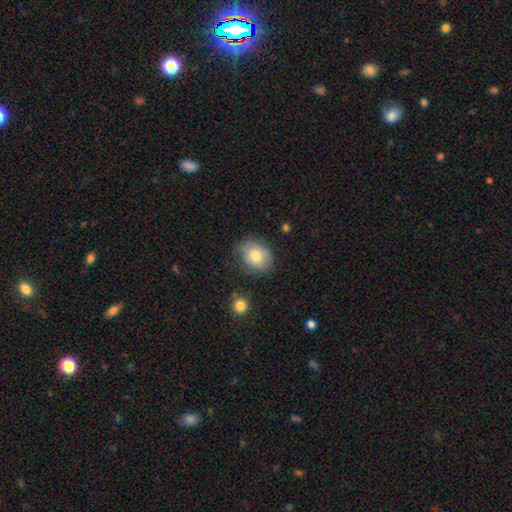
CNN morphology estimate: The model was most divided on "how rounded": in between: 63%, round: 36%, cigar-shaped: 1%. More confident: smooth or featured — smooth (75%); merging — none (67%).